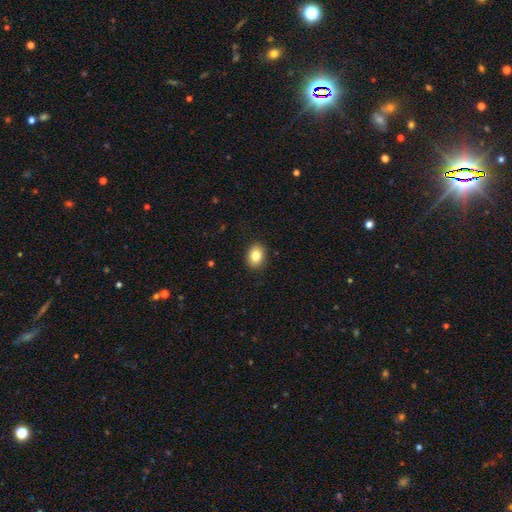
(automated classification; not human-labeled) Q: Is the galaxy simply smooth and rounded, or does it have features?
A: smooth — 83%.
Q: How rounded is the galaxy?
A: in between — 57%.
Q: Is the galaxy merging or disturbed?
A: none — 90%.